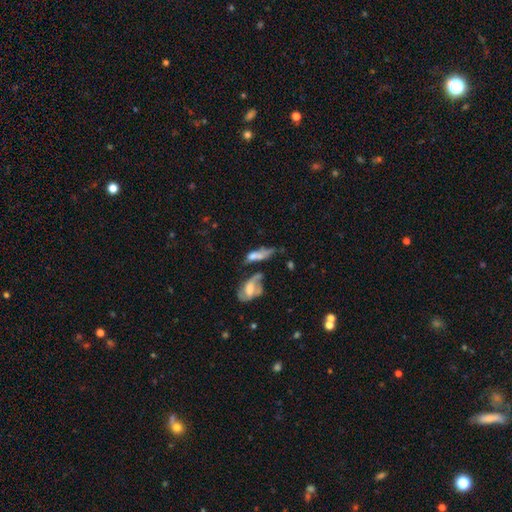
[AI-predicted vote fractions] smooth_or_featured: smooth (p=0.48) [alt: featured or disk p=0.41]
merging: merger (p=0.38) [alt: none p=0.23]